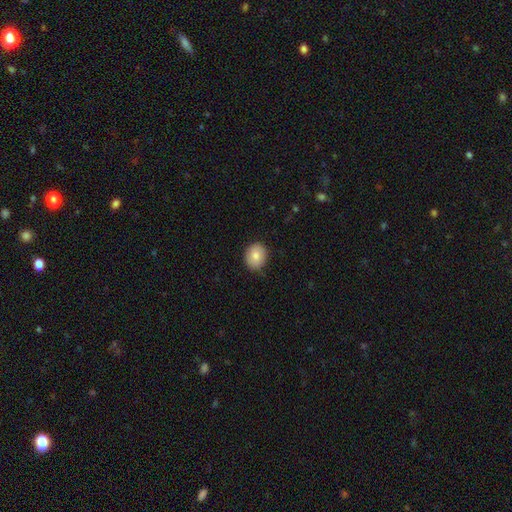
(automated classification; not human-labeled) Morphology: type=smooth (83%); roundness=round (62%); merging=none (84%).